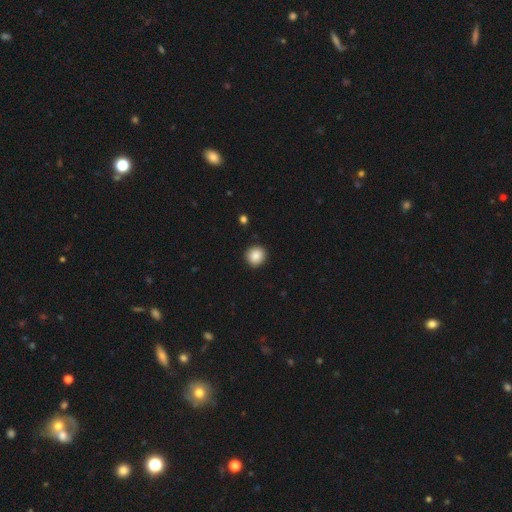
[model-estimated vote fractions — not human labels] Smooth or featured?
  - smooth: 87% *
  - star or artifact: 9%
  - featured or disk: 4%
How rounded?
  - round: 91% *
  - in between: 8%
  - cigar-shaped: 1%
Merging?
  - none: 92% *
  - minor disturbance: 6%
  - major disturbance: 2%
  - merger: 1%